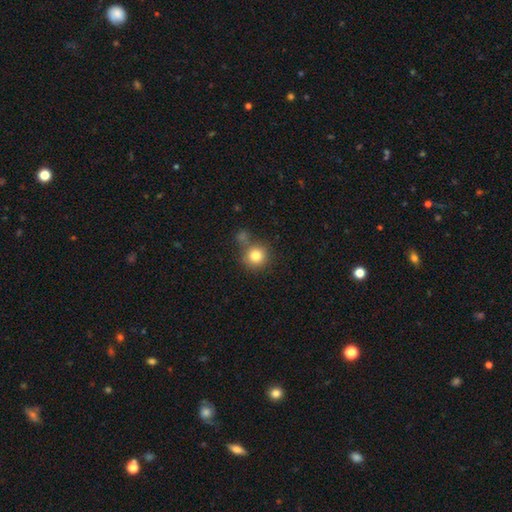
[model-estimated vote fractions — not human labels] Smooth or featured: smooth — 81% (star or artifact — 11%)
How rounded: round — 92% (in between — 7%)
Merging: none — 67% (merger — 18%)